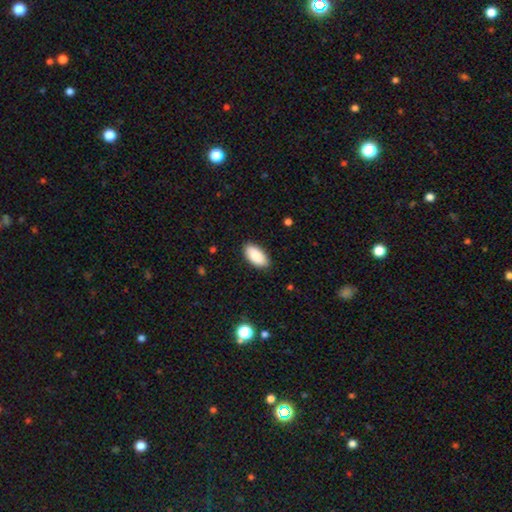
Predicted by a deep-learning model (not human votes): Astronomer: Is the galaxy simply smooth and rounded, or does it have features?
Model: smooth — 89%.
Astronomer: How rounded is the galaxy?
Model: in between — 95%.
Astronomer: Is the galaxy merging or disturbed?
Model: none — 88%.